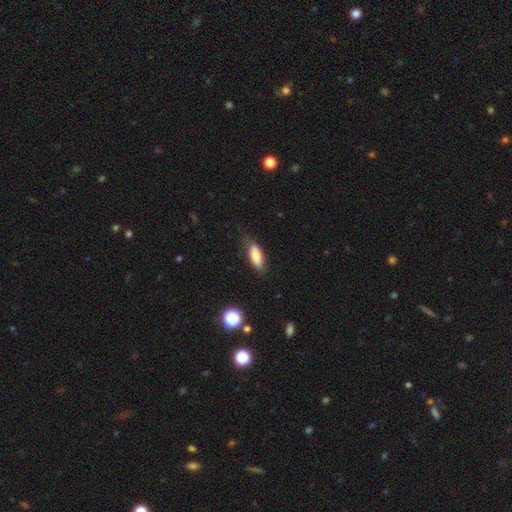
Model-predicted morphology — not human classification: Smooth or featured? smooth (75%)
How rounded? in between (71%)
Merging? none (65%)